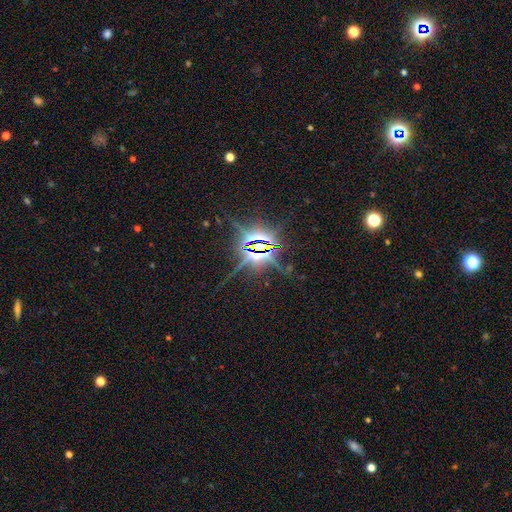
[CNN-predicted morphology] This appears to be a star or artifact, not a galaxy (84%).